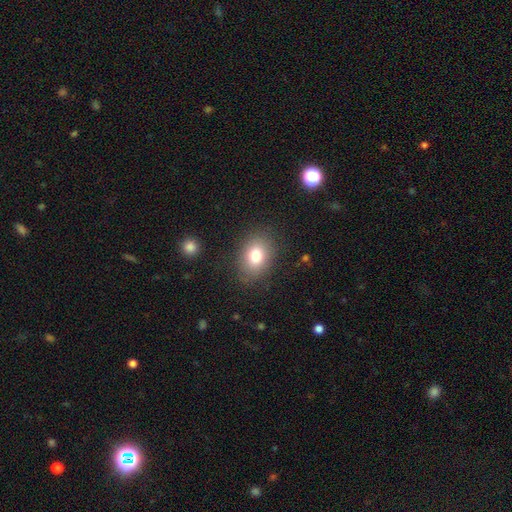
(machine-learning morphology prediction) This appears to be a smooth galaxy with no disk features (76%) that is in between round and cigar-shaped (63%). Merging: none (84%).